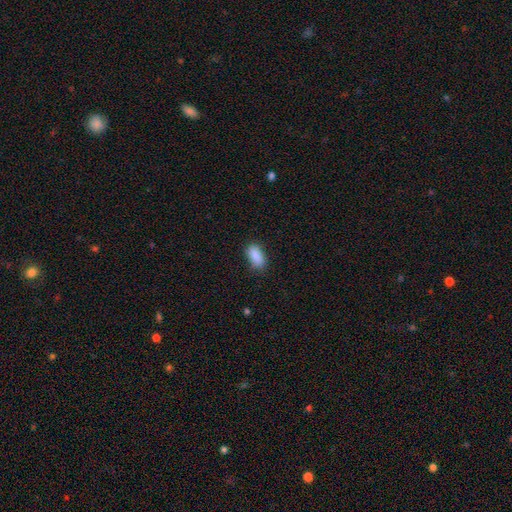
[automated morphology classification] Smooth or featured? smooth (89%)
How rounded? in between (90%)
Merging? none (78%)